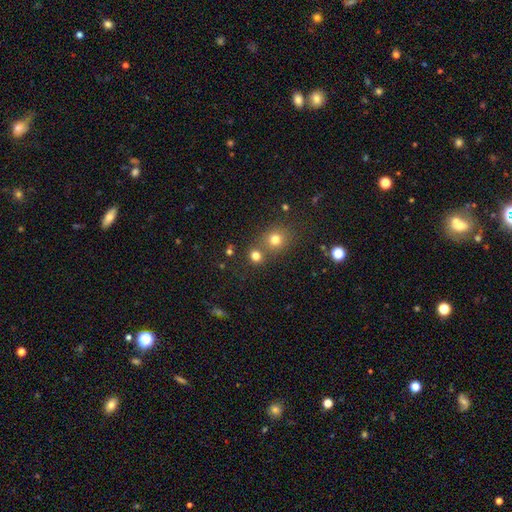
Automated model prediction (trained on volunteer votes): Morphology: type=smooth (75%); roundness=round (79%); merging=none (63%).